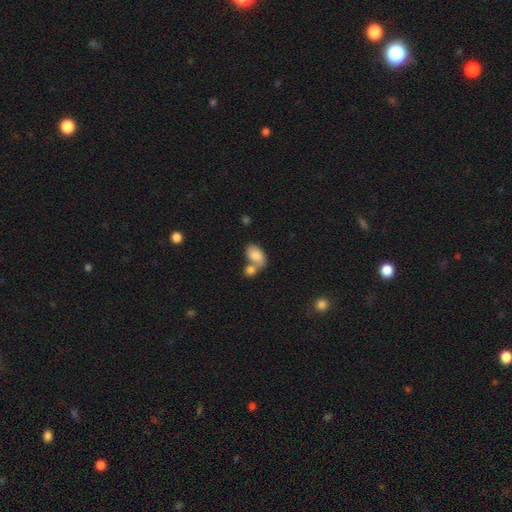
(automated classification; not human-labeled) A smooth galaxy with no disk features (83%) that is in between round and cigar-shaped (90%). Merging: merger (54%).